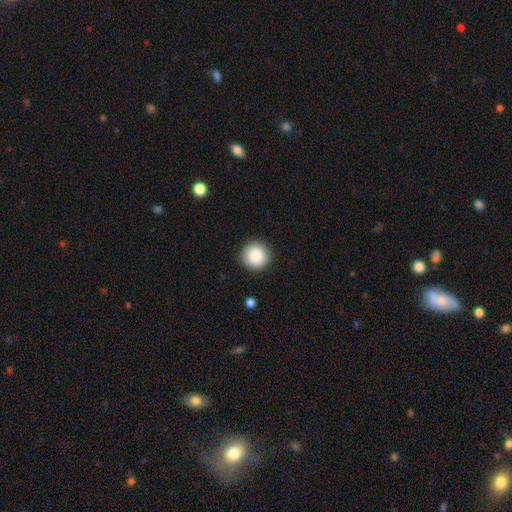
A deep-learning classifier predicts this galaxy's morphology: Smooth or featured: smooth — 88% (star or artifact — 8%)
How rounded: round — 95% (in between — 4%)
Merging: none — 91% (minor disturbance — 6%)